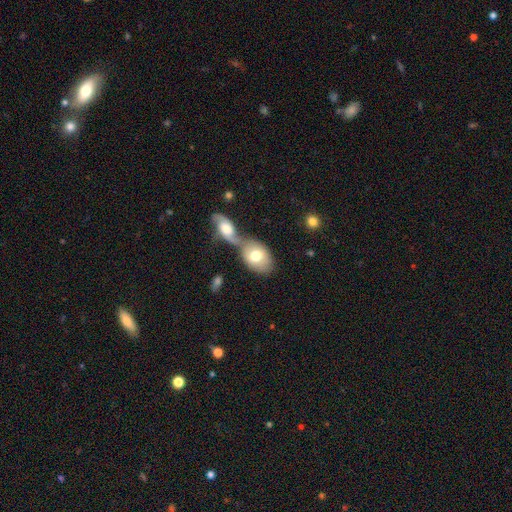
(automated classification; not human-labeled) Smooth or featured? Predicted: smooth (p=0.69). How rounded? Predicted: in between (p=0.80). Merging? Predicted: merger (p=0.60).